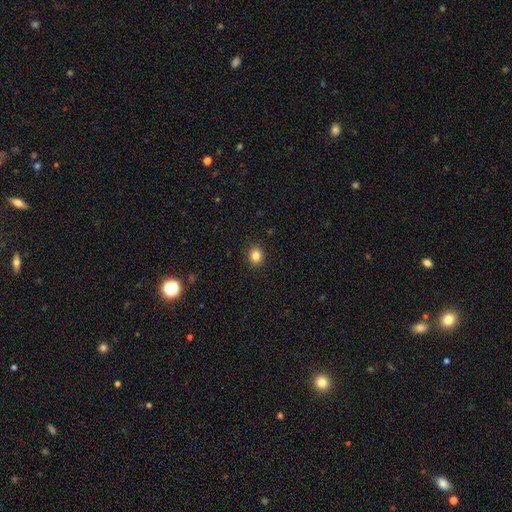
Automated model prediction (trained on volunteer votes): Smooth or featured?
  - smooth: 83% *
  - star or artifact: 11%
  - featured or disk: 5%
How rounded?
  - round: 70% *
  - in between: 30%
  - cigar-shaped: 1%
Merging?
  - none: 91% *
  - minor disturbance: 6%
  - major disturbance: 2%
  - merger: 1%